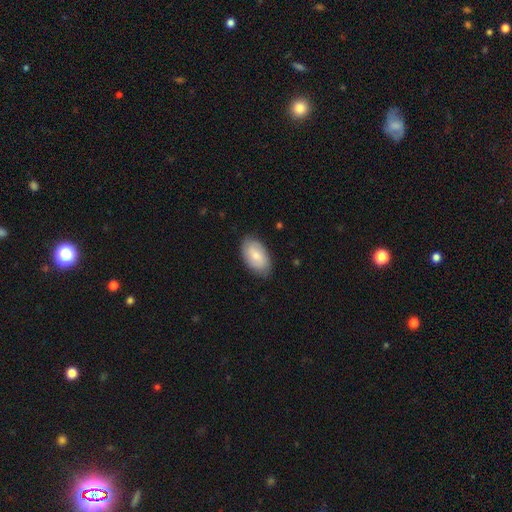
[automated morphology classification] smooth 69%, featured or disk 26%, star or artifact 6%. Down the decision tree: how rounded — in between (94%); merging — none (82%).